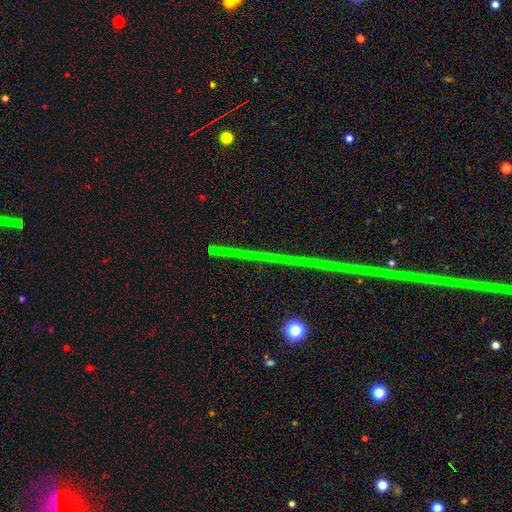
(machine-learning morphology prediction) A star or artifact, not a galaxy (82%).